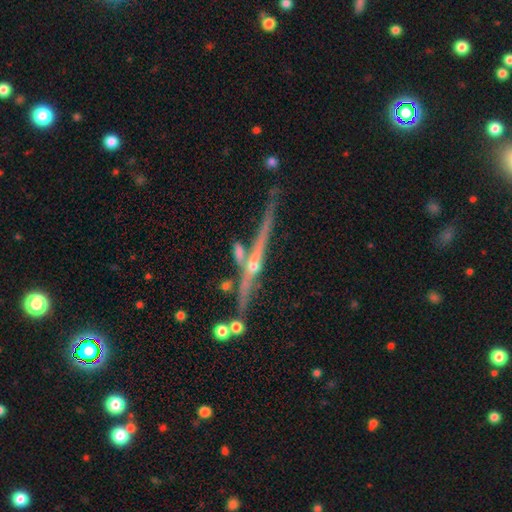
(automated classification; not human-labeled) Smooth or featured: featured or disk — 83% (smooth — 9%)
Edge-on disk: yes — 97% (no — 3%)
Edge-on bulge: rounded — 75% (none — 20%)
Merging: none — 73% (minor disturbance — 14%)